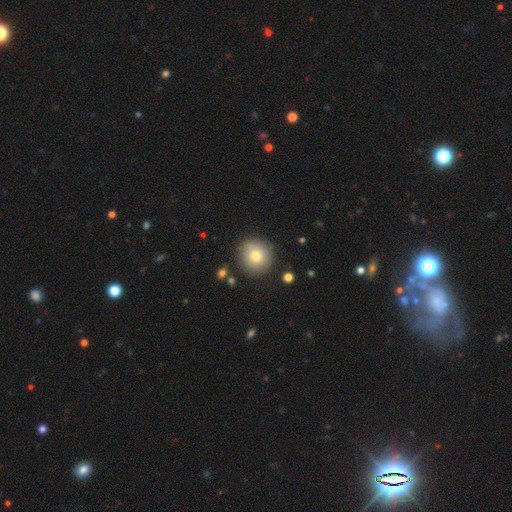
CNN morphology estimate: type=smooth (77%); roundness=round (93%); merging=none (84%).